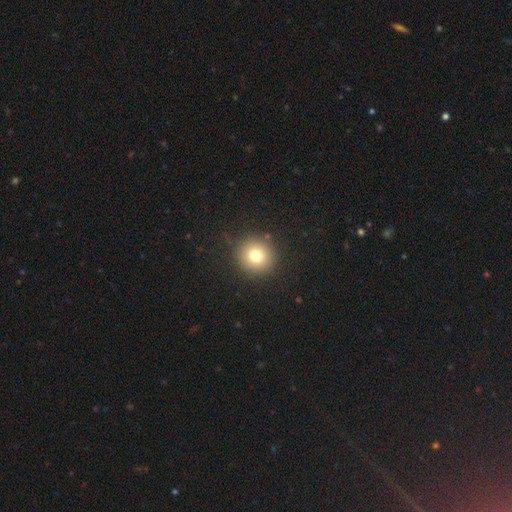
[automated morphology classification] Smooth or featured? Predicted: smooth (p=0.76). How rounded? Predicted: round (p=0.94). Merging? Predicted: none (p=0.89).